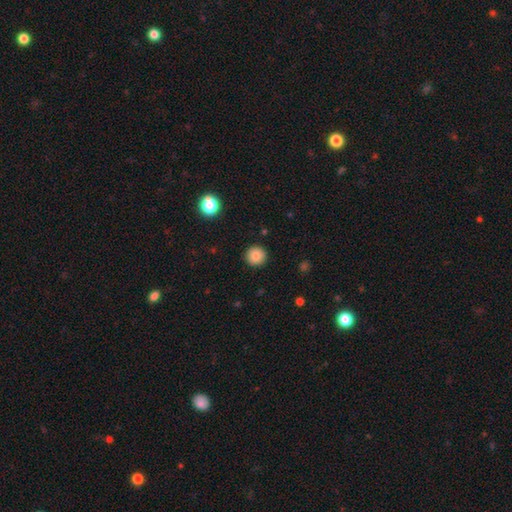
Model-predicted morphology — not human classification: A smooth galaxy with no disk features (85%) that is round (95%). Merging: none (92%).